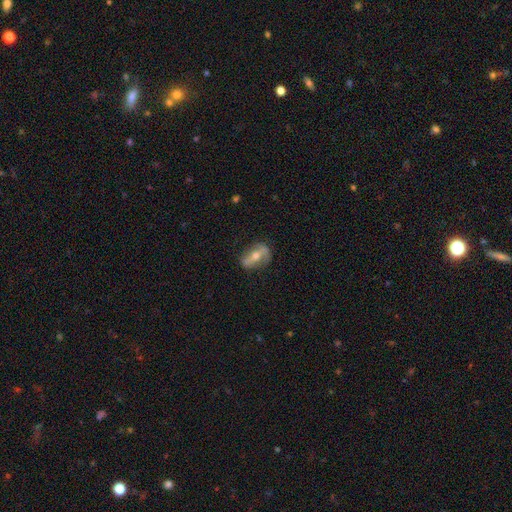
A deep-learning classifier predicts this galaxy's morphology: The model was most divided on "spiral arms": yes: 61%, no: 39%. More confident: edge-on disk — no (80%); merging — none (73%); smooth or featured — featured or disk (68%); bulge size — moderate (61%); bar — strong (59%).